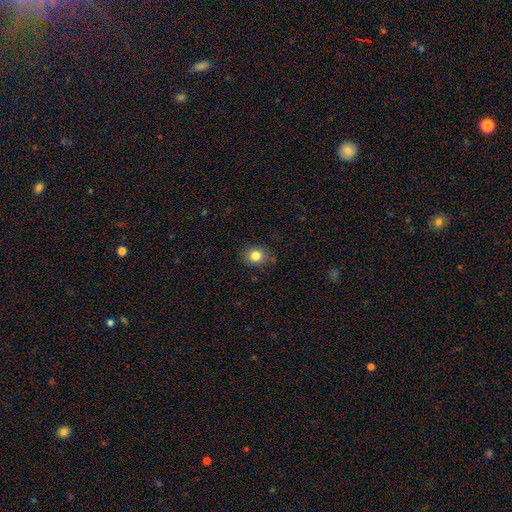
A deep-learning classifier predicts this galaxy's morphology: A smooth galaxy with no disk features (82%) that is round (64%).

Vote fractions:
- Smooth or featured? smooth: 82% / star or artifact: 11% / featured or disk: 8%
- How rounded? round: 64% / in between: 35% / cigar-shaped: 1%
- Merging? none: 81% / minor disturbance: 14% / major disturbance: 3% / merger: 1%